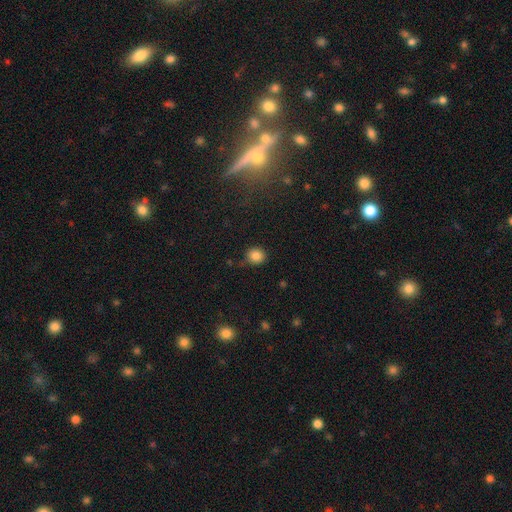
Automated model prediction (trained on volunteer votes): Smooth or featured? smooth (83%)
How rounded? round (86%)
Merging? none (76%)